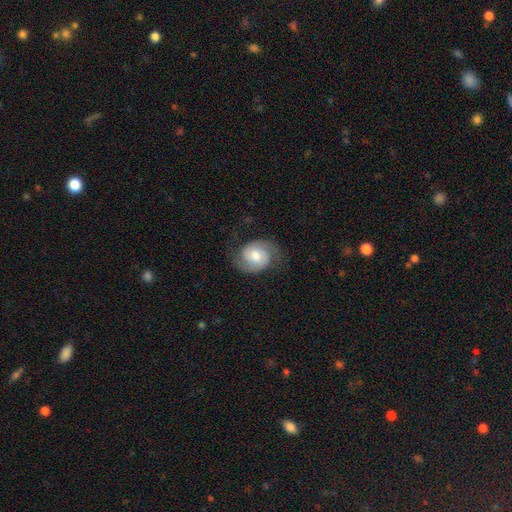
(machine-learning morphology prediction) A featured or disk galaxy (76%) with no bar (57%), 2 (91%) medium (48%) spiral arms (95%) and a moderate central bulge (66%). Merging: none (75%).